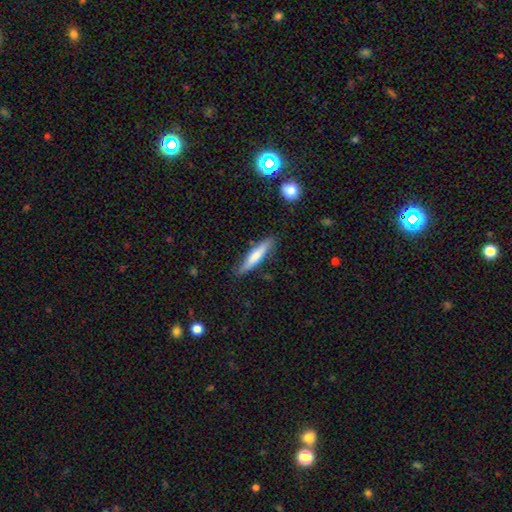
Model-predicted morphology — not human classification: Smooth or featured? Predicted: smooth (p=0.70). How rounded? Predicted: cigar-shaped (p=0.86). Merging? Predicted: none (p=0.82).